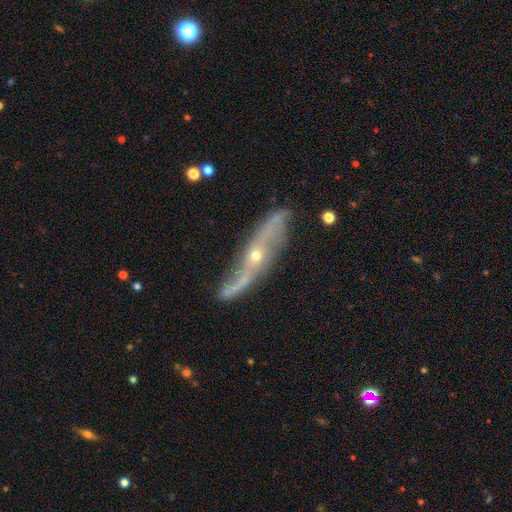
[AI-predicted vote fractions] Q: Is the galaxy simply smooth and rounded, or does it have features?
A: featured or disk — 81%.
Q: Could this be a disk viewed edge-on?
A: no — 60%.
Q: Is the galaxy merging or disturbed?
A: none — 64%.